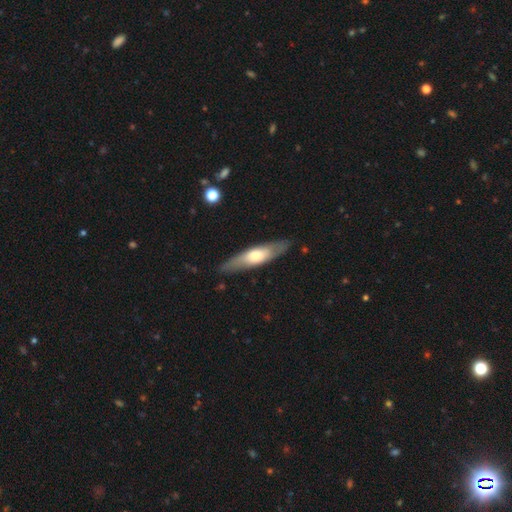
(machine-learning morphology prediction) Smooth or featured: smooth — 50% (featured or disk — 45%)
How rounded: cigar-shaped — 71% (in between — 28%)
Merging: none — 85% (minor disturbance — 11%)